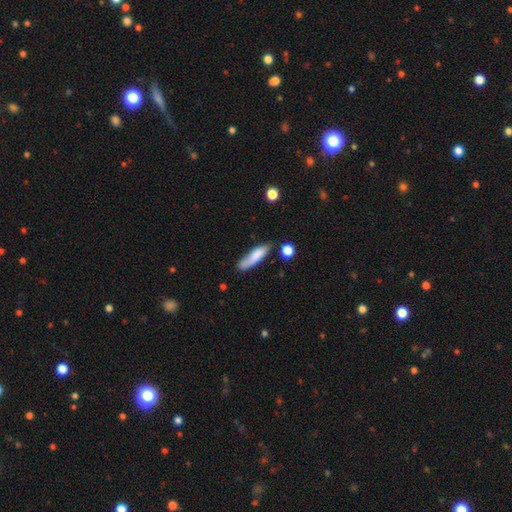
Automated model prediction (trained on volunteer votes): smooth 78%, featured or disk 16%, star or artifact 7%. Down the decision tree: how rounded — cigar-shaped (71%); merging — none (59%).